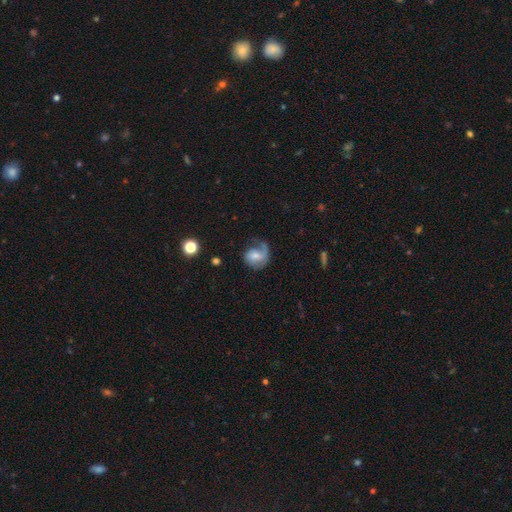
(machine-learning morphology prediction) A featured or disk galaxy (55%) with no bar (55%), spiral arms (84%) and a small central bulge (40%).

Vote fractions:
- Smooth or featured? featured or disk: 55% / smooth: 36% / star or artifact: 8%
- Edge-on disk? no: 97% / yes: 3%
- Bar? no: 55% / weak: 37% / strong: 9%
- Spiral arms? yes: 84% / no: 16%
- Bulge size? small: 40% / moderate: 36% / none: 14% / large: 8% / dominant: 2%
- Merging? none: 40% / major disturbance: 34% / minor disturbance: 22% / merger: 3%